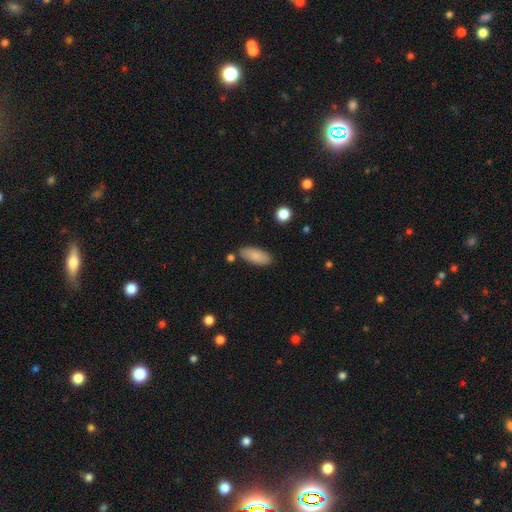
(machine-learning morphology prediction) smooth_or_featured: smooth (p=0.85) [alt: featured or disk p=0.09]
how_rounded: in between (p=0.82) [alt: cigar-shaped p=0.16]
merging: none (p=0.82) [alt: minor disturbance p=0.12]